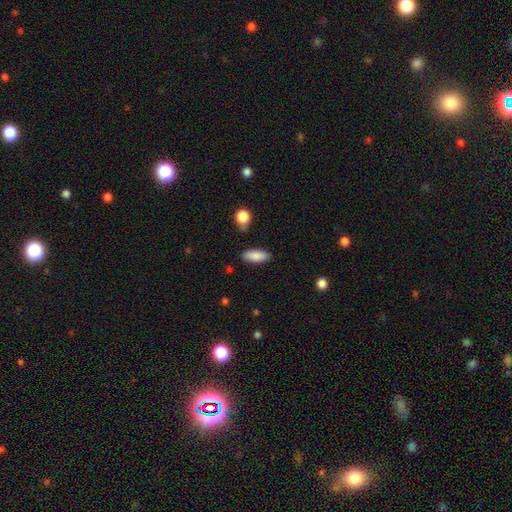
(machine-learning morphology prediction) Smooth or featured? Predicted: smooth (p=0.86). How rounded? Predicted: in between (p=0.77). Merging? Predicted: none (p=0.83).